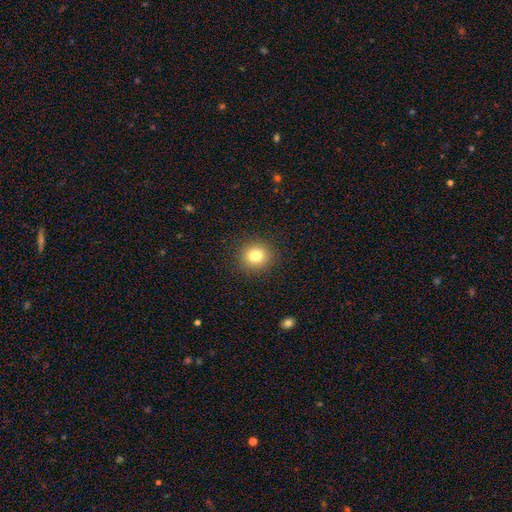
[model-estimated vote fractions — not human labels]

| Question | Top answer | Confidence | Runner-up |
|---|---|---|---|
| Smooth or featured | smooth | 80% | star or artifact (12%) |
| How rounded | round | 89% | in between (10%) |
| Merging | none | 91% | minor disturbance (6%) |